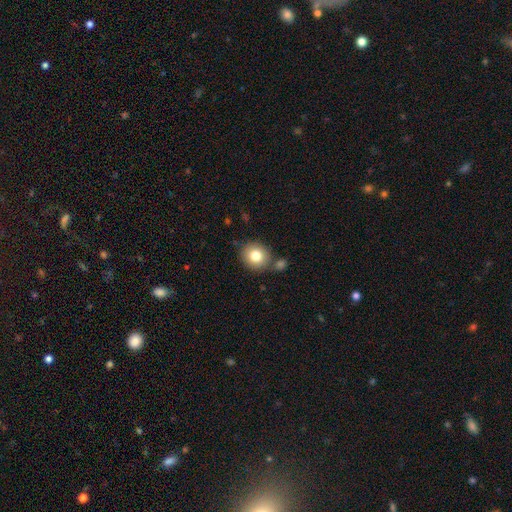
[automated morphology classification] smooth_or_featured: smooth (p=0.81) [alt: featured or disk p=0.10]
how_rounded: round (p=0.81) [alt: in between p=0.18]
merging: none (p=0.74) [alt: merger p=0.12]